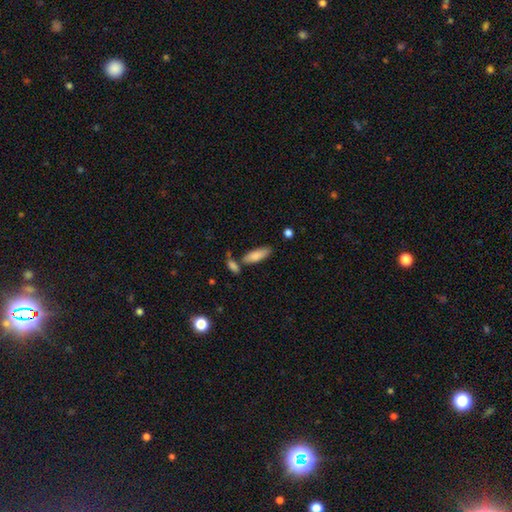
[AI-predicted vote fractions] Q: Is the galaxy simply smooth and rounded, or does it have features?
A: smooth — 83%.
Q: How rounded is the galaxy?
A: in between — 62%.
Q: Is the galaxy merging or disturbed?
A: none — 62%.